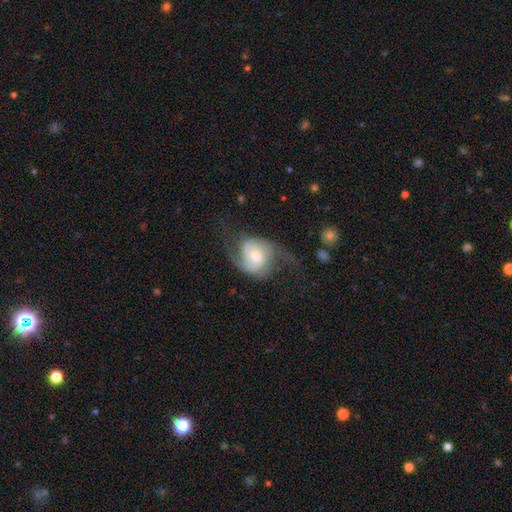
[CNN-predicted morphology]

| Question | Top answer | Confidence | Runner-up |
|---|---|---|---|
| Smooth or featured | featured or disk | 76% | smooth (18%) |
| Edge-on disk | no | 97% | yes (3%) |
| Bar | no | 58% | weak (31%) |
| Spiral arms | yes | 92% | no (8%) |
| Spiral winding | loose | 52% | medium (37%) |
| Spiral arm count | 2 | 86% | can't tell (5%) |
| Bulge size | moderate | 48% | small (45%) |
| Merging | none | 52% | major disturbance (26%) |